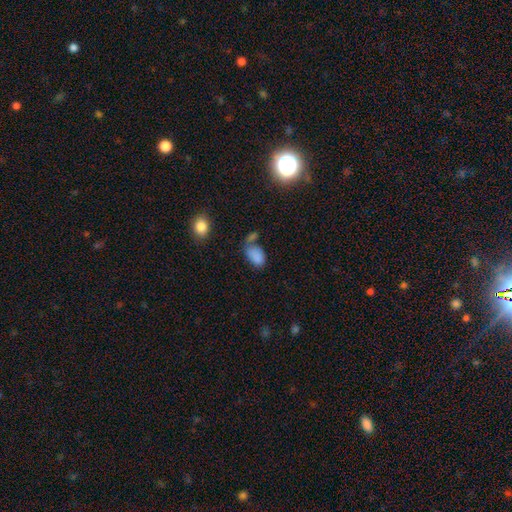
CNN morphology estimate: The model was most divided on "merging": none: 39%, merger: 27%, minor disturbance: 19%, major disturbance: 14%. More confident: how rounded — in between (91%); smooth or featured — smooth (82%).